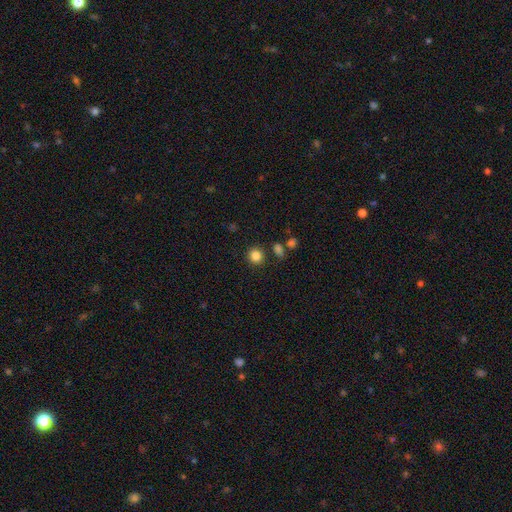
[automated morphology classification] Smooth or featured: smooth — 84% (star or artifact — 11%)
How rounded: round — 91% (in between — 8%)
Merging: none — 86% (minor disturbance — 7%)